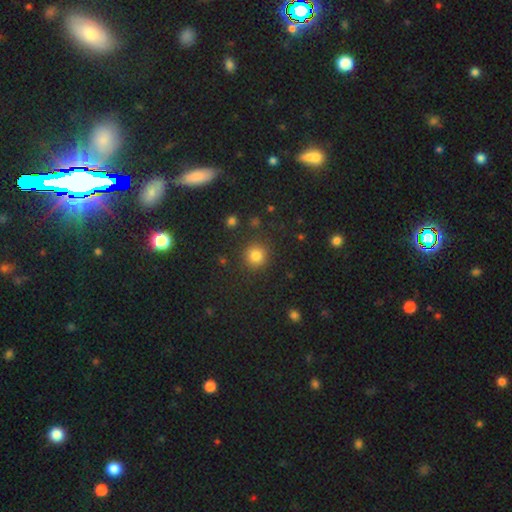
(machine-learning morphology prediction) smooth 81%, star or artifact 14%, featured or disk 5%. Down the decision tree: how rounded — round (93%); merging — none (89%).